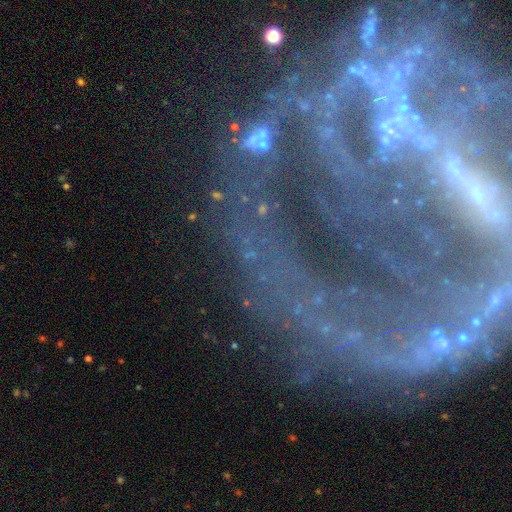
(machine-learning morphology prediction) Smooth or featured?
  - featured or disk: 74% *
  - star or artifact: 17%
  - smooth: 10%
Edge-on disk?
  - no: 94% *
  - yes: 6%
Bar?
  - strong: 44% *
  - no: 29%
  - weak: 28%
Spiral arms?
  - yes: 79% *
  - no: 21%
Spiral winding?
  - tight: 49% *
  - medium: 33%
  - loose: 18%
Spiral arm count?
  - 2: 30% *
  - can't tell: 27%
  - 3: 13%
  - 1: 11%
  - 4: 10%
  - more than 4: 10%
Bulge size?
  - small: 45% *
  - moderate: 27%
  - none: 18%
  - large: 7%
  - dominant: 3%
Merging?
  - none: 59% *
  - major disturbance: 19%
  - minor disturbance: 17%
  - merger: 6%